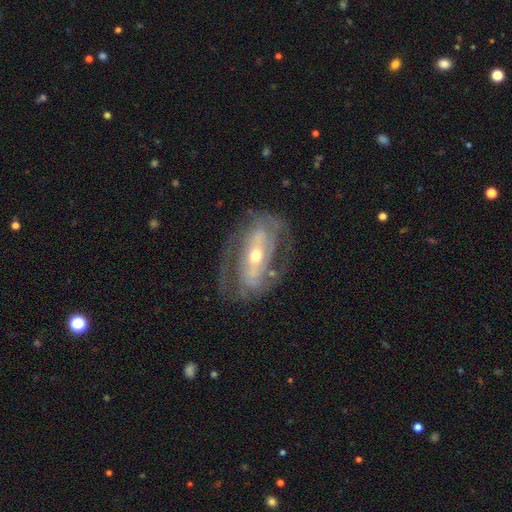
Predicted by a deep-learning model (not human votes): Smooth or featured? featured or disk (85%)
Edge-on disk? no (93%)
Bar? strong (45%)
Spiral arms? yes (87%)
Spiral winding? medium (43%)
Spiral arm count? 2 (68%)
Bulge size? moderate (60%)
Merging? none (67%)